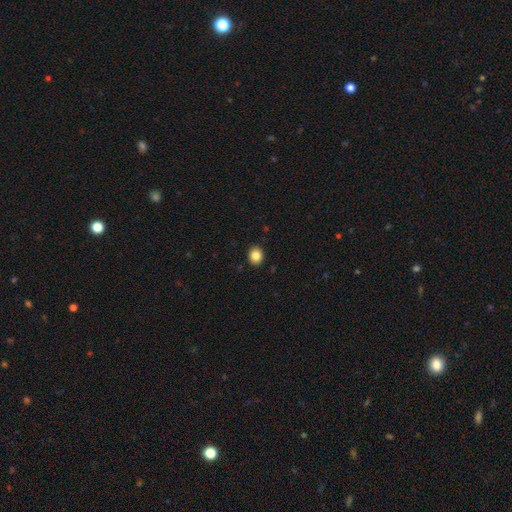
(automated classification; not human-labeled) A smooth galaxy with no disk features (85%) that is round (65%). Merging: none (92%).